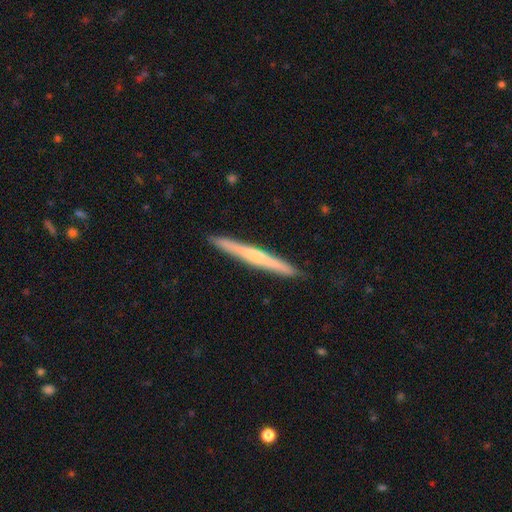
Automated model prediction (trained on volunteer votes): Smooth or featured?
  - featured or disk: 55% *
  - smooth: 40%
  - star or artifact: 5%
Edge-on disk?
  - yes: 97% *
  - no: 3%
Edge-on bulge?
  - none: 54% *
  - rounded: 38%
  - boxy: 8%
Merging?
  - none: 91% *
  - minor disturbance: 6%
  - major disturbance: 1%
  - merger: 1%